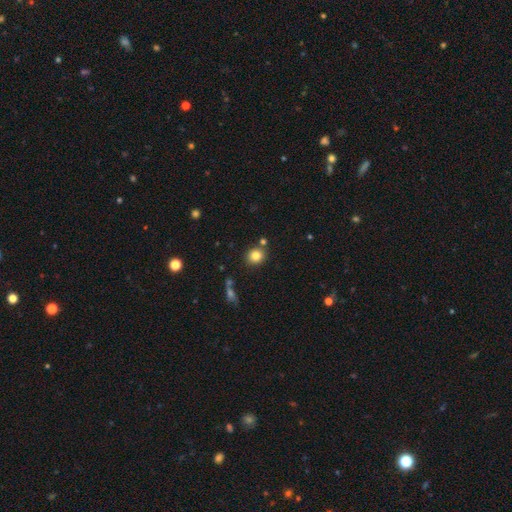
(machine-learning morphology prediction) smooth 82%, star or artifact 11%, featured or disk 7%. Down the decision tree: how rounded — round (83%); merging — none (80%).